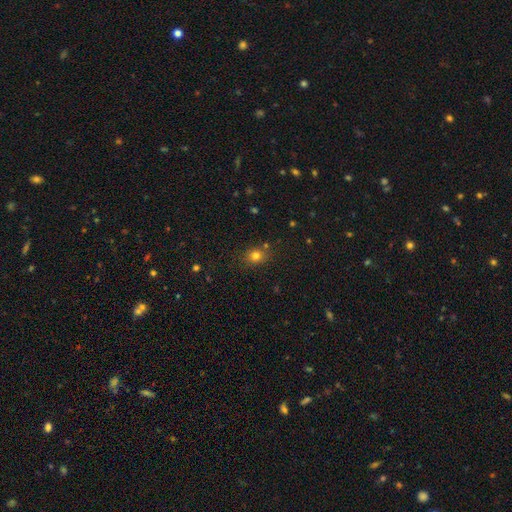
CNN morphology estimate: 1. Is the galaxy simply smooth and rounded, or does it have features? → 75% smooth, 17% star or artifact, 8% featured or disk.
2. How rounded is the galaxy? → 63% round, 36% in between, 1% cigar-shaped.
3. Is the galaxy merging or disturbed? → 80% none, 12% minor disturbance, 4% merger, 3% major disturbance.